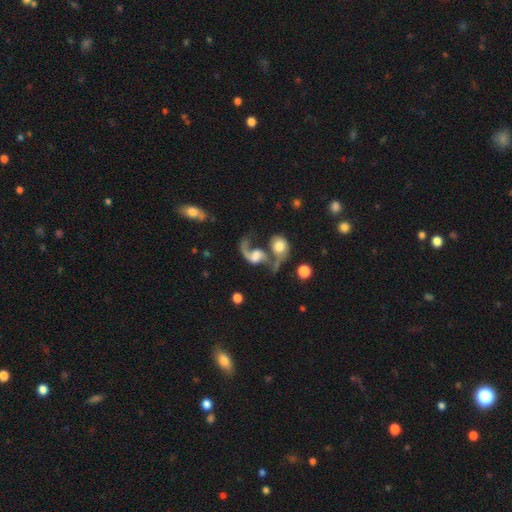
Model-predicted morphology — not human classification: This appears to be a featured or disk galaxy (78%) with no bar (50%), 2 (77%) loose (81%) spiral arms (92%) and a moderate central bulge (36%). Merging: merger (44%).